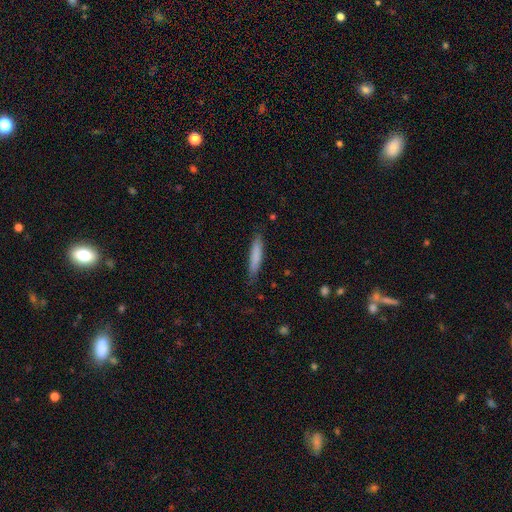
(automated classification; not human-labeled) This is clearly a smooth galaxy (80%). How rounded: clearly cigar-shaped (89%). Merging: clearly none (84%).